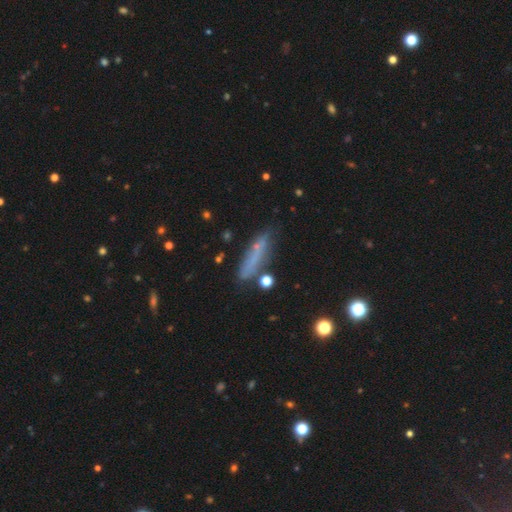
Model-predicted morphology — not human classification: type=smooth (65%); roundness=cigar-shaped (84%); merging=none (75%).